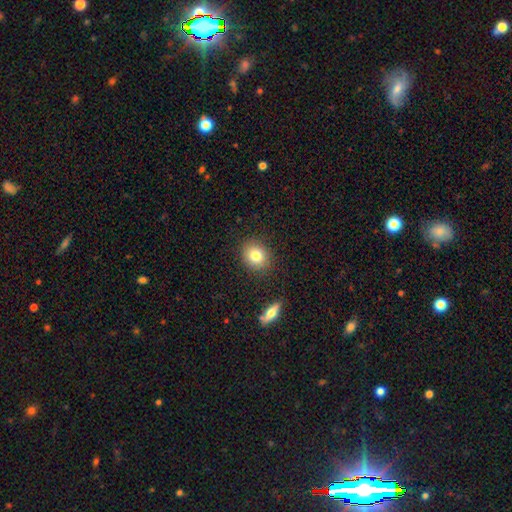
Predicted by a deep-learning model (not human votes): Smooth or featured? smooth (80%)
How rounded? round (73%)
Merging? none (86%)